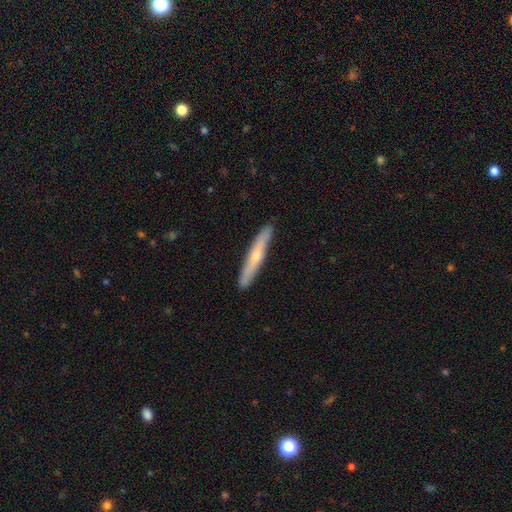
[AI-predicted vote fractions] Smooth or featured: featured or disk — 51% (smooth — 44%)
Edge-on disk: yes — 88% (no — 12%)
Merging: none — 90% (minor disturbance — 7%)